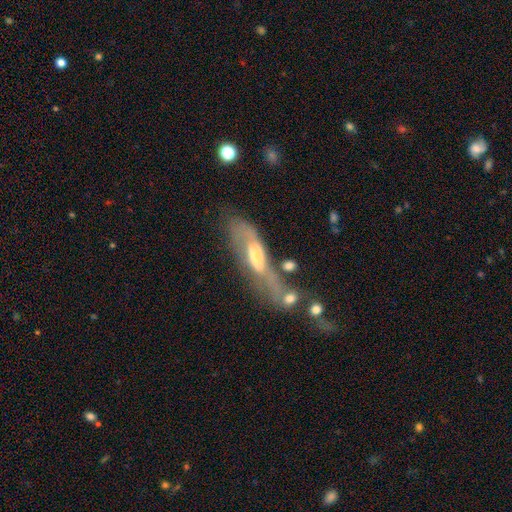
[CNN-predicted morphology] smooth_or_featured: featured or disk (p=0.55) [alt: smooth p=0.37]
disk_edge_on: no (p=0.70) [alt: yes p=0.30]
merging: major disturbance (p=0.33) [alt: merger p=0.26]